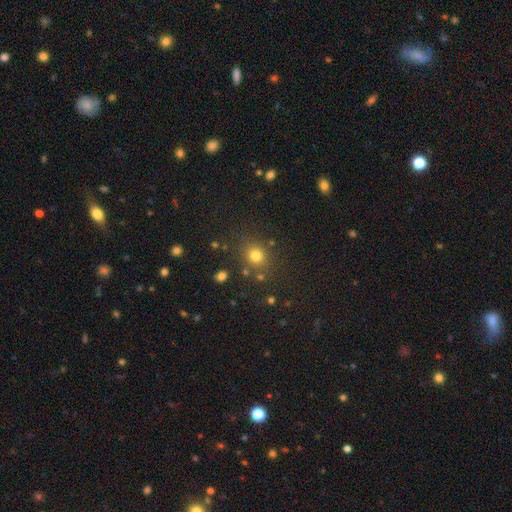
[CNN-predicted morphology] Smooth or featured? Predicted: smooth (p=0.77). How rounded? Predicted: round (p=0.77). Merging? Predicted: none (p=0.81).